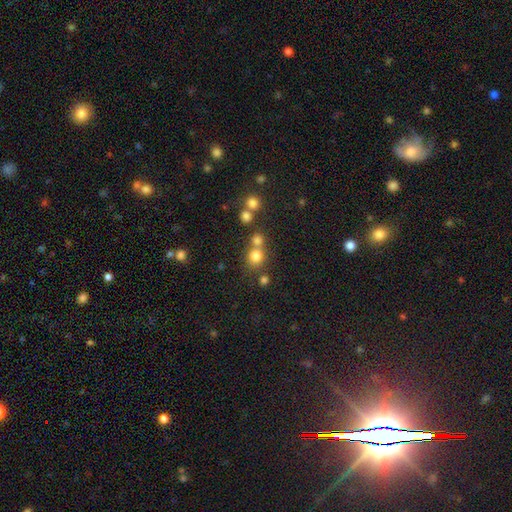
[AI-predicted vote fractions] smooth 76%, star or artifact 16%, featured or disk 8%. Down the decision tree: how rounded — round (85%); merging — none (60%).